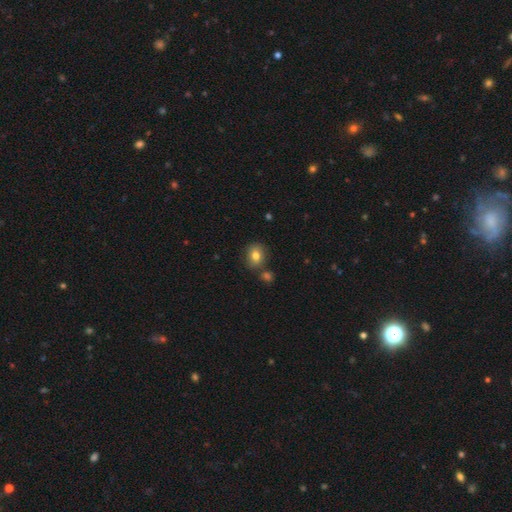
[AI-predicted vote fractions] Smooth or featured?
  - smooth: 80% *
  - star or artifact: 10%
  - featured or disk: 10%
How rounded?
  - round: 64% *
  - in between: 35%
  - cigar-shaped: 1%
Merging?
  - none: 75% *
  - minor disturbance: 12%
  - merger: 10%
  - major disturbance: 3%